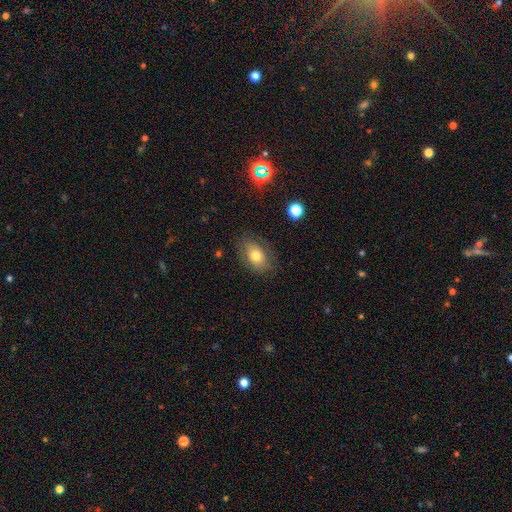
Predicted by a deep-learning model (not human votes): A smooth galaxy with no disk features (73%) that is in between round and cigar-shaped (85%). Merging: none (79%).